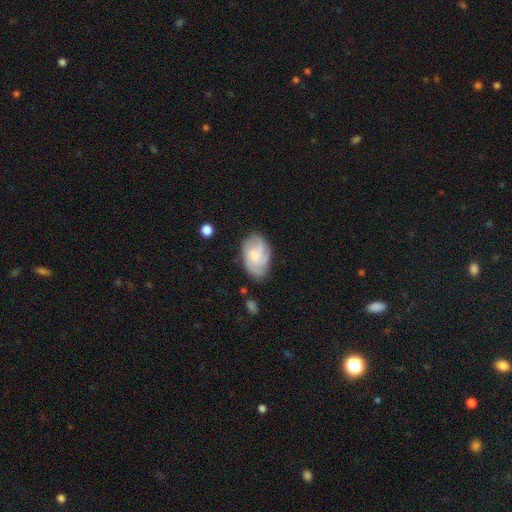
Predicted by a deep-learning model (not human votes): Smooth or featured? featured or disk (53%)
Edge-on disk? no (97%)
Bar? no (67%)
Spiral arms? yes (87%)
Bulge size? small (33%)
Merging? none (70%)